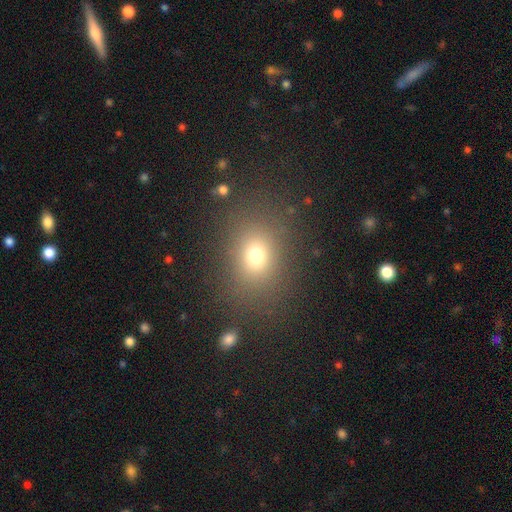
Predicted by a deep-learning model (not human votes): smooth_or_featured: smooth (p=0.72) [alt: star or artifact p=0.18]
how_rounded: in between (p=0.55) [alt: round p=0.44]
merging: none (p=0.81) [alt: minor disturbance p=0.10]